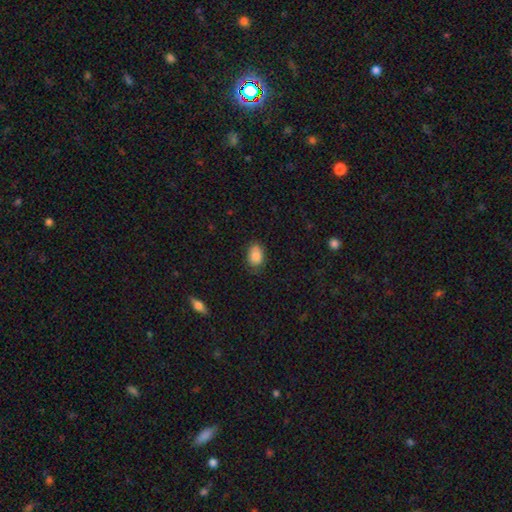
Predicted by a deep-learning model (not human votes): Q: Smooth or featured?
A: smooth (85%); runner-up: star or artifact (8%)
Q: How rounded?
A: in between (78%); runner-up: round (20%)
Q: Merging?
A: none (75%); runner-up: minor disturbance (20%)